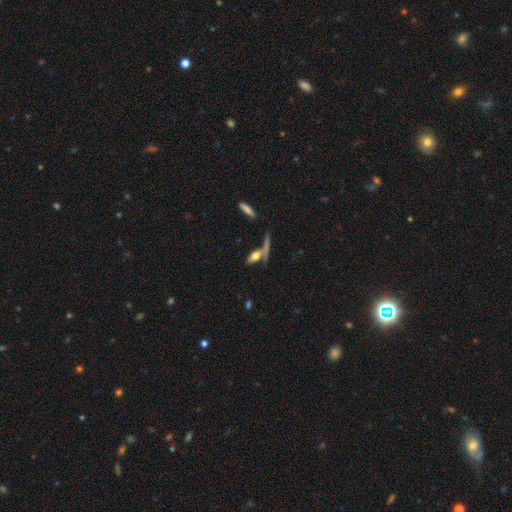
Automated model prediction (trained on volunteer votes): Morphology: type=smooth (54%); roundness=in between (57%); merging=none (48%).